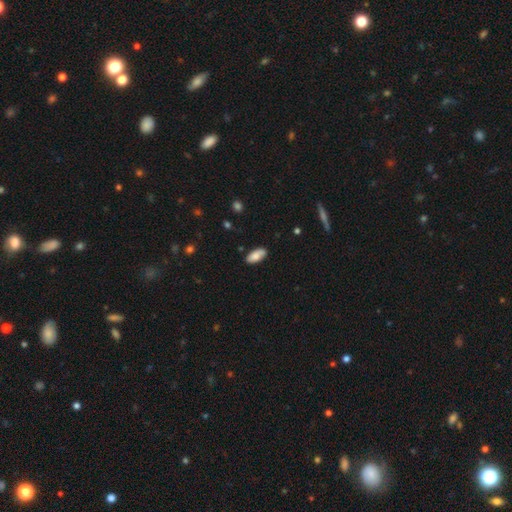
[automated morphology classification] Overall: smooth (80%). How rounded: in between (91%). Merging: none (79%).